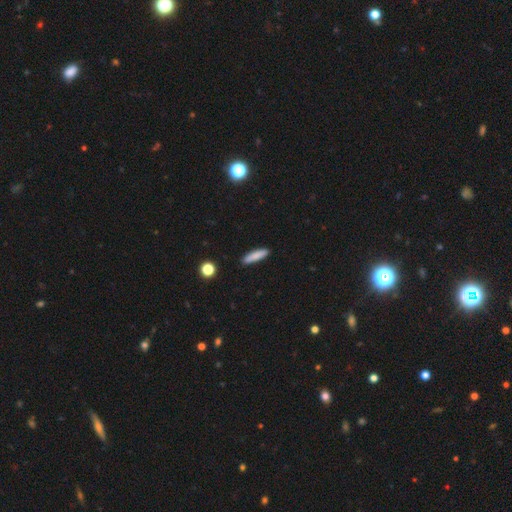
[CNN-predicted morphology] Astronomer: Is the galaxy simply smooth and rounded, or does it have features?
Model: smooth — 84%.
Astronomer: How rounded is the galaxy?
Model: cigar-shaped — 79%.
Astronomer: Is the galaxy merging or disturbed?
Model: none — 89%.